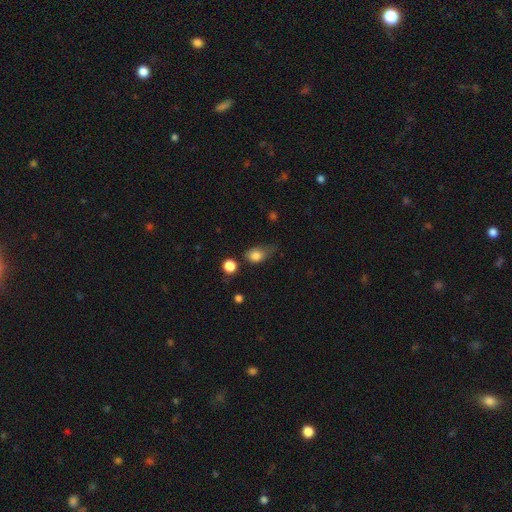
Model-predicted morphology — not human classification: type=smooth (82%); roundness=in between (56%); merging=minor disturbance (40%).